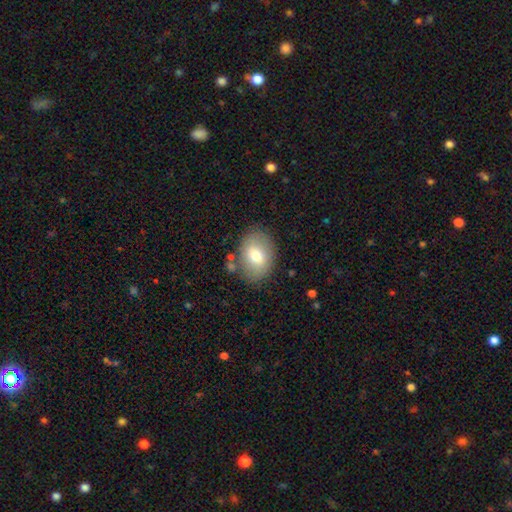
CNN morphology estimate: A smooth galaxy with no disk features (70%) that is in between round and cigar-shaped (72%).

Vote fractions:
- Smooth or featured? smooth: 70% / featured or disk: 22% / star or artifact: 8%
- How rounded? in between: 72% / round: 27% / cigar-shaped: 1%
- Merging? none: 80% / minor disturbance: 13% / major disturbance: 4% / merger: 3%